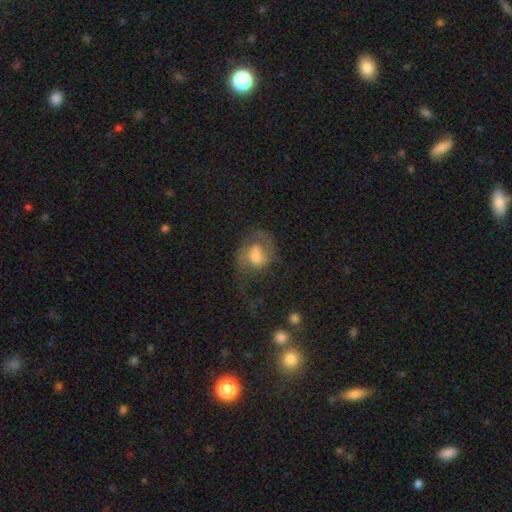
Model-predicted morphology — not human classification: This appears to be a featured or disk galaxy (53%) with no bar (56%), spiral arms (77%) and a moderate central bulge (45%). Merging: major disturbance (40%).